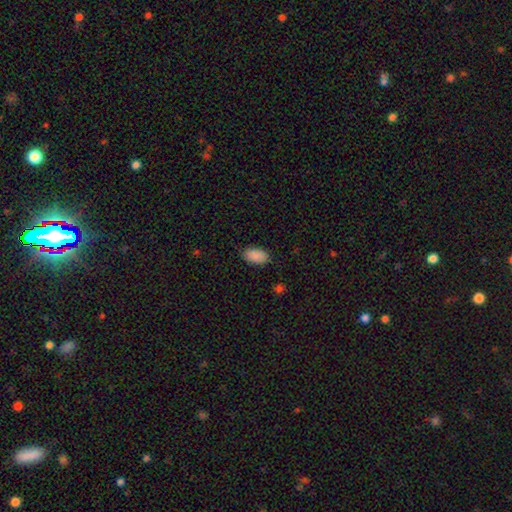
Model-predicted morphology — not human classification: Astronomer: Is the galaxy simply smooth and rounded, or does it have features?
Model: smooth — 90%.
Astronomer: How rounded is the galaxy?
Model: in between — 94%.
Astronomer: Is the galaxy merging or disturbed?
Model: none — 86%.